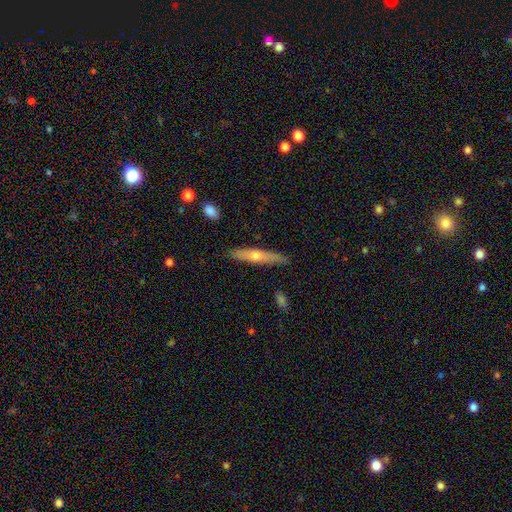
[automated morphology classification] Q: Smooth or featured?
A: featured or disk (50%); runner-up: smooth (43%)
Q: Edge-on disk?
A: yes (91%); runner-up: no (9%)
Q: Merging?
A: none (86%); runner-up: minor disturbance (10%)